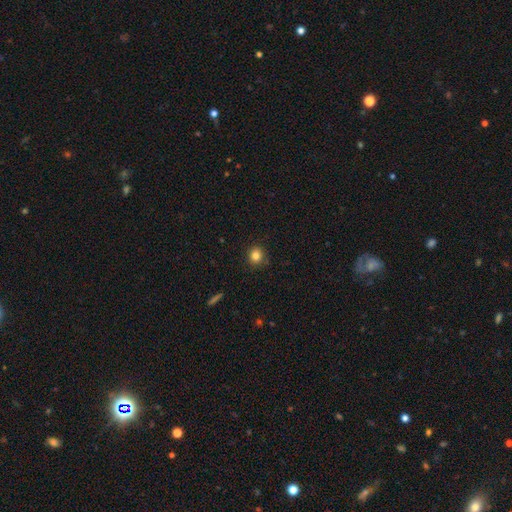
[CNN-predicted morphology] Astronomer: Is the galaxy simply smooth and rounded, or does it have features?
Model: smooth — 83%.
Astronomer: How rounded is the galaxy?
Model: round — 90%.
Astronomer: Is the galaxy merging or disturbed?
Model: none — 87%.